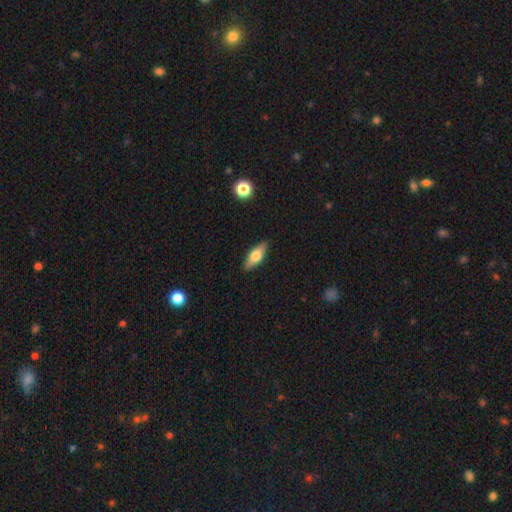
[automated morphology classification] smooth_or_featured: smooth (p=0.62) [alt: featured or disk p=0.31]
how_rounded: in between (p=0.71) [alt: cigar-shaped p=0.26]
merging: none (p=0.88) [alt: minor disturbance p=0.09]